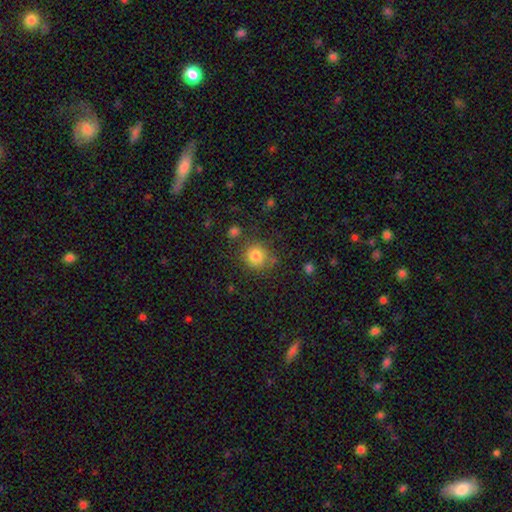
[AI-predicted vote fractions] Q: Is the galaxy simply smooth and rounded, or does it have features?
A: smooth — 81%.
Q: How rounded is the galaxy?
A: round — 90%.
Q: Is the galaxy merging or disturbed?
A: none — 77%.